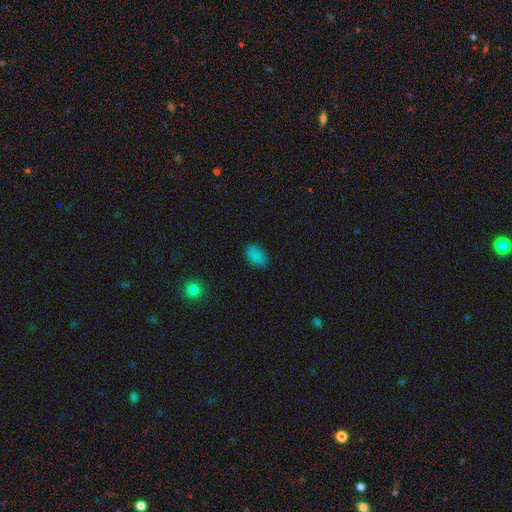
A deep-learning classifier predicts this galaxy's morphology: Smooth or featured: smooth — 82% (star or artifact — 13%)
How rounded: in between — 88% (round — 11%)
Merging: none — 80% (minor disturbance — 15%)